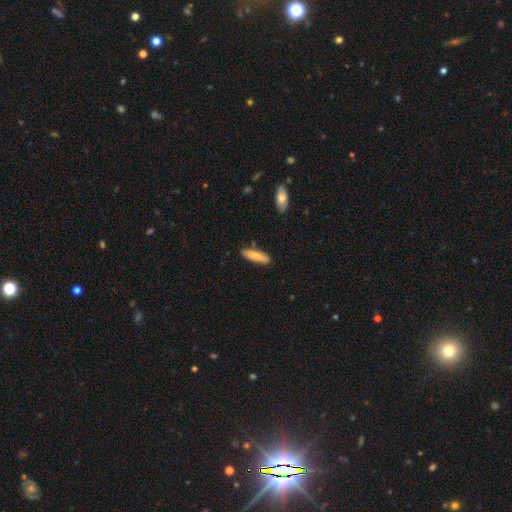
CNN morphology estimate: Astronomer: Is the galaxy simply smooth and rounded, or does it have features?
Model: smooth — 78%.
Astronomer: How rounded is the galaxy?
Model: cigar-shaped — 57% (runner-up: in between, 42%).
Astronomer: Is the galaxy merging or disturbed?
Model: none — 85%.